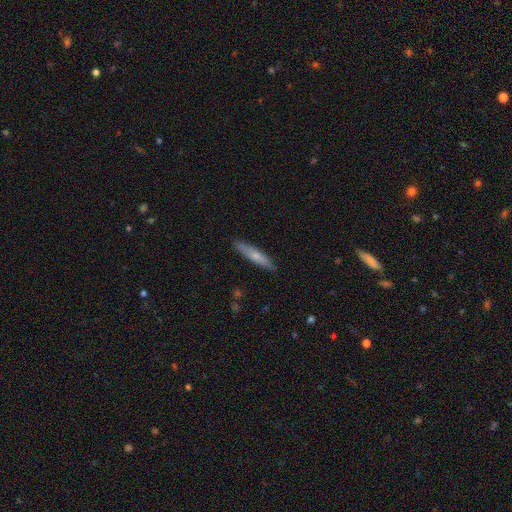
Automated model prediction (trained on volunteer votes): Smooth or featured? Predicted: smooth (p=0.60). How rounded? Predicted: cigar-shaped (p=0.88). Merging? Predicted: none (p=0.88).